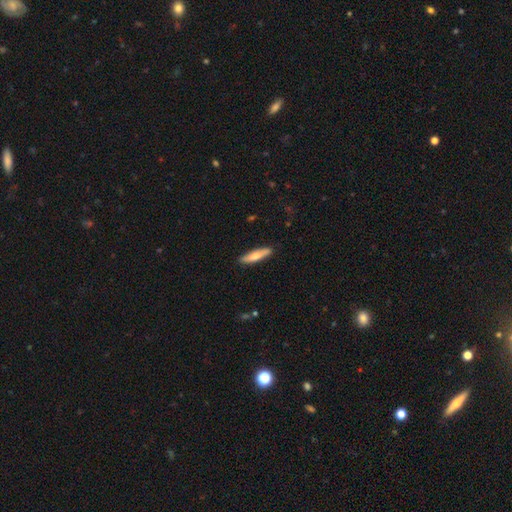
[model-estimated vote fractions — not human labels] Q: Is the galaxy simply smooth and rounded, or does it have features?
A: smooth — 67%.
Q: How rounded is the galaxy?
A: cigar-shaped — 80%.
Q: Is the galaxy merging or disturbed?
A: none — 86%.